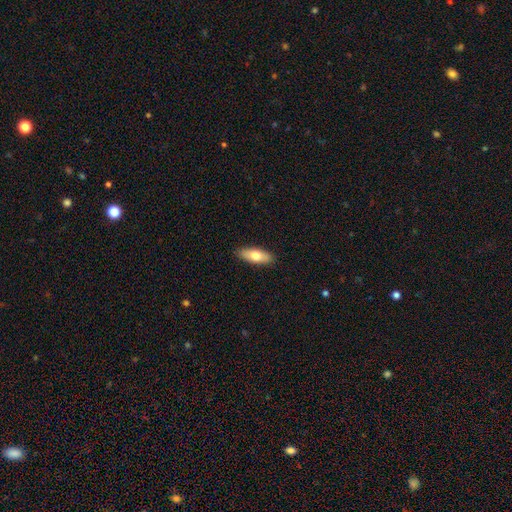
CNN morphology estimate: A smooth galaxy with no disk features (71%) that is in between round and cigar-shaped (70%). Merging: none (89%).